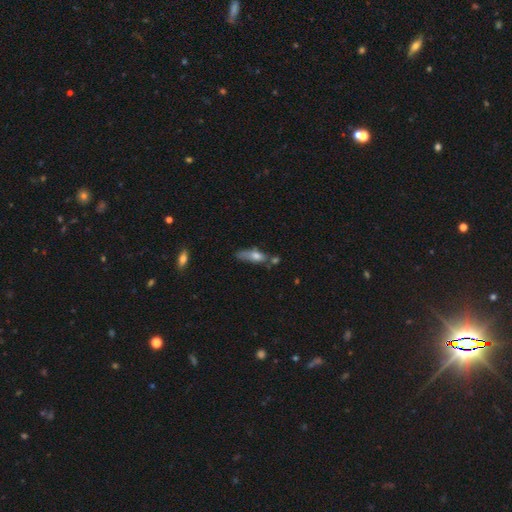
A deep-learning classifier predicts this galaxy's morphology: type=smooth (64%); roundness=in between (49%); merging=none (42%).